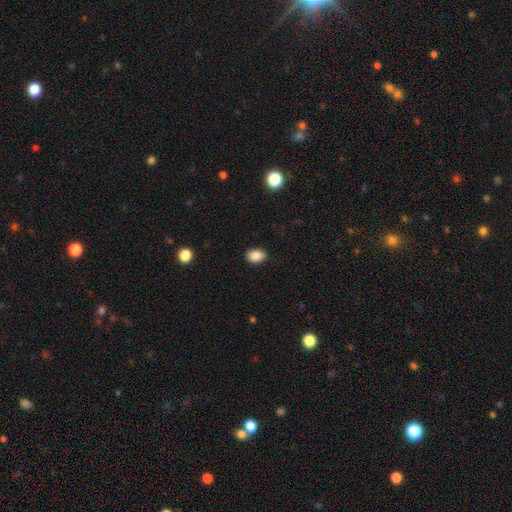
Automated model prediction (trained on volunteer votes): smooth-or-featured: smooth: 87% | star or artifact: 9% | featured or disk: 4%
  how-rounded: in between: 73% | round: 26% | cigar-shaped: 1%
  merging: none: 86% | minor disturbance: 11% | major disturbance: 2% | merger: 1%